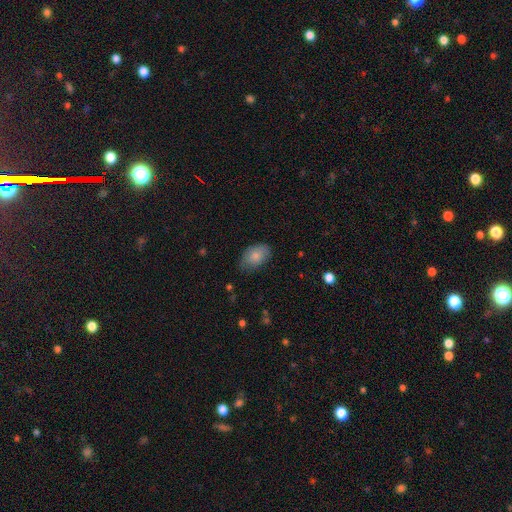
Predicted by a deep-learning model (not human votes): smooth-or-featured: smooth: 81% | featured or disk: 12% | star or artifact: 7%
  how-rounded: in between: 89% | round: 10% | cigar-shaped: 1%
  merging: none: 66% | minor disturbance: 27% | major disturbance: 6% | merger: 1%